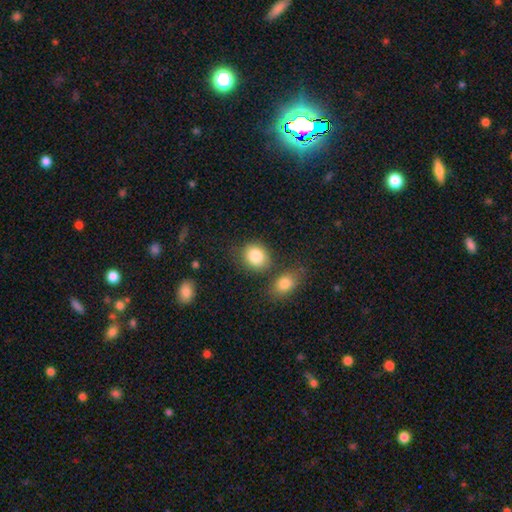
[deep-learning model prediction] A smooth galaxy with no disk features (85%) that is round (61%).

Vote fractions:
- Smooth or featured? smooth: 85% / star or artifact: 8% / featured or disk: 6%
- How rounded? round: 61% / in between: 38% / cigar-shaped: 1%
- Merging? none: 70% / merger: 13% / minor disturbance: 13% / major disturbance: 4%